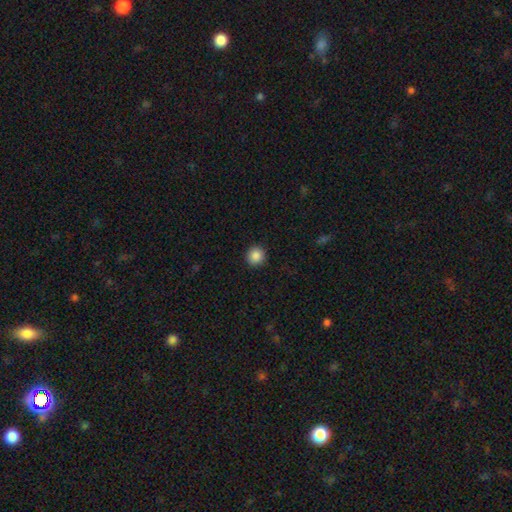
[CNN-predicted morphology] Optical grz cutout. It shows a smooth galaxy with no disk features (87%) that is round (95%). Merging: none (93%).